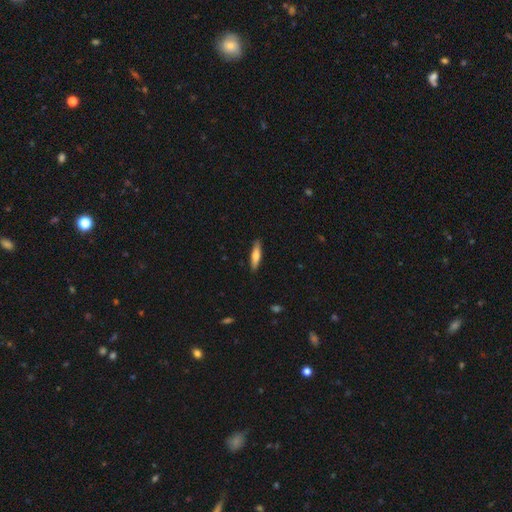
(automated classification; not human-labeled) A smooth galaxy with no disk features (65%) that is cigar-shaped (77%).

Vote fractions:
- Smooth or featured? smooth: 65% / featured or disk: 29% / star or artifact: 6%
- How rounded? cigar-shaped: 77% / in between: 22% / round: 2%
- Merging? none: 88% / minor disturbance: 9% / major disturbance: 2% / merger: 1%